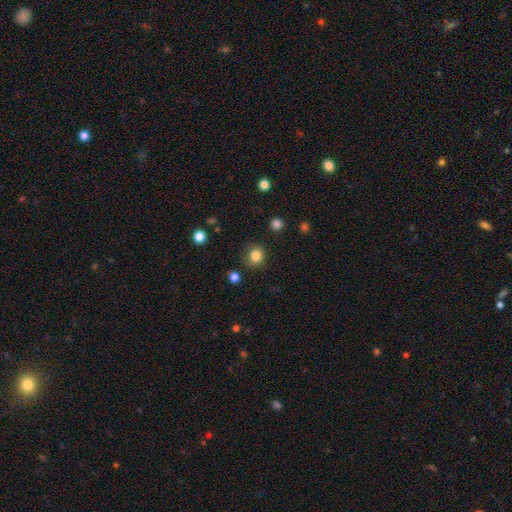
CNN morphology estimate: This is clearly a smooth galaxy (83%). How rounded: clearly round (84%). Merging: likely none (79%).